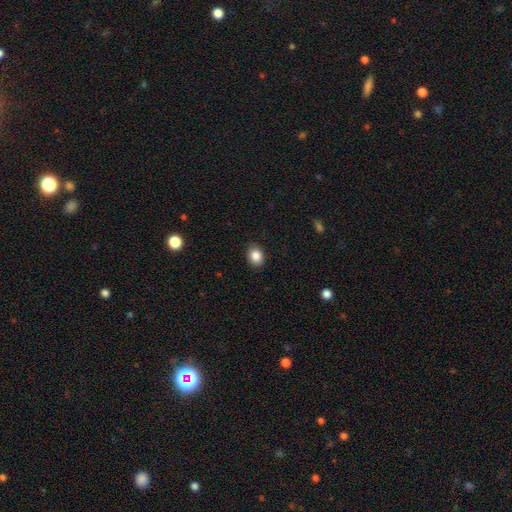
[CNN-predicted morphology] smooth-or-featured: smooth: 86% | star or artifact: 9% | featured or disk: 5%
  how-rounded: in between: 57% | round: 42% | cigar-shaped: 1%
  merging: none: 89% | minor disturbance: 8% | major disturbance: 2% | merger: 1%